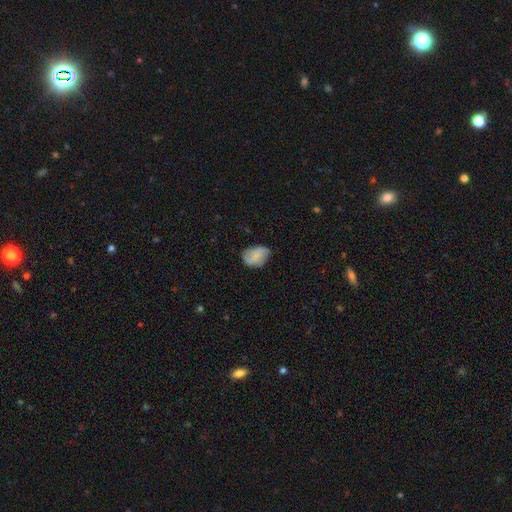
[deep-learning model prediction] This appears to be a smooth galaxy with no disk features (72%) that is in between round and cigar-shaped (76%). Merging: none (70%).